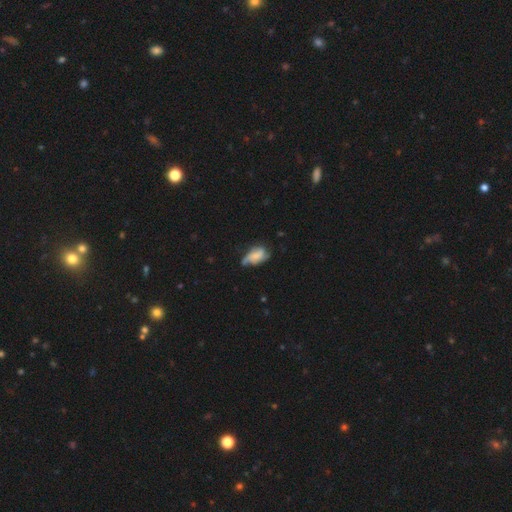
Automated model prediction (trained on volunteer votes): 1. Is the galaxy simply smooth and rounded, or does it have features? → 47% featured or disk, 44% smooth, 8% star or artifact.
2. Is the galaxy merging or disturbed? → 39% none, 36% minor disturbance, 21% major disturbance, 4% merger.